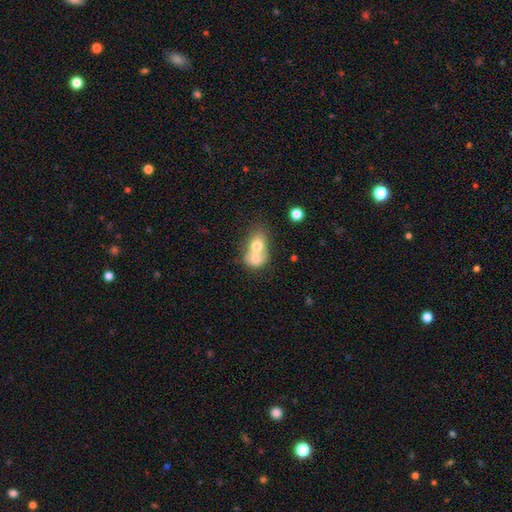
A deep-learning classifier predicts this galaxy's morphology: Q: Smooth or featured?
A: smooth (68%); runner-up: featured or disk (24%)
Q: How rounded?
A: in between (55%); runner-up: round (44%)
Q: Merging?
A: merger (76%); runner-up: none (15%)